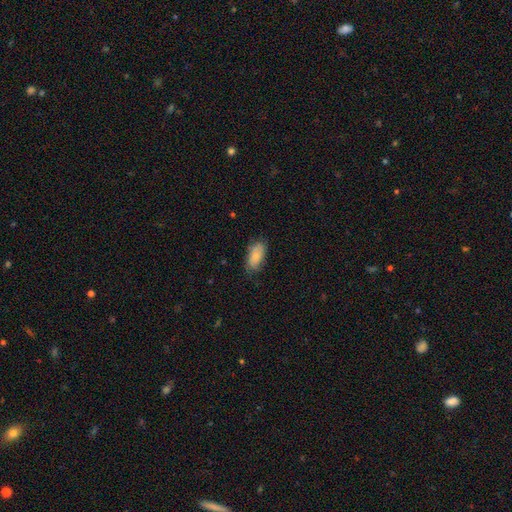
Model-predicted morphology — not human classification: smooth 81%, featured or disk 13%, star or artifact 6%. Down the decision tree: how rounded — in between (91%); merging — none (70%).